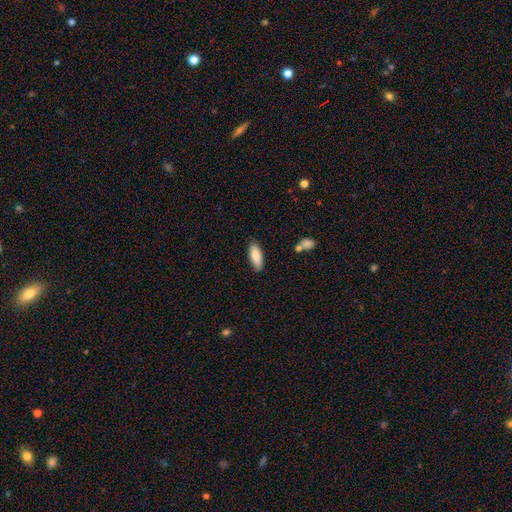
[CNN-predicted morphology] Overall: smooth (86%). How rounded: in between (71%). Merging: none (83%).